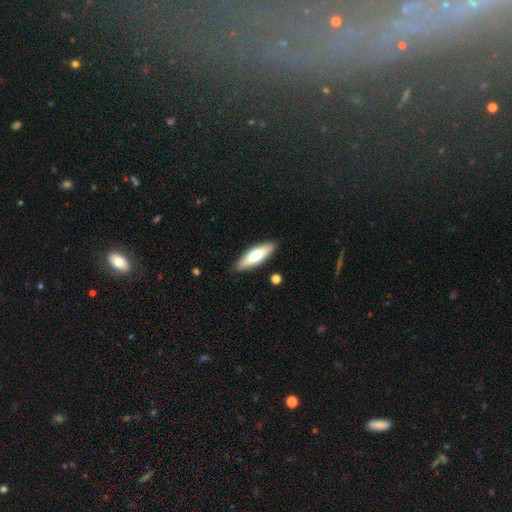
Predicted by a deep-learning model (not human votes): The model was most divided on "how rounded": in between: 50%, cigar-shaped: 48%, round: 2%. More confident: merging — none (88%); smooth or featured — smooth (68%).